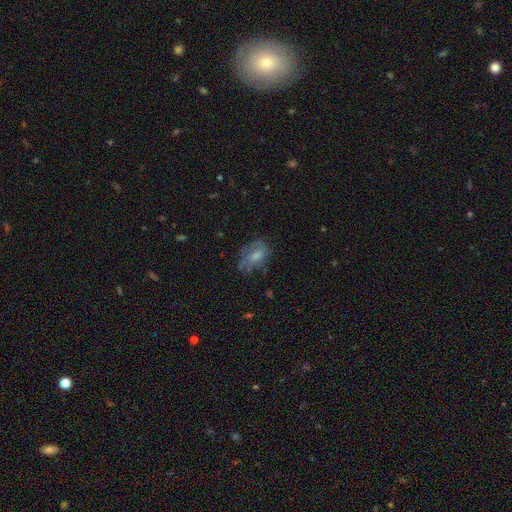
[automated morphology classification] smooth-or-featured: smooth: 57% | featured or disk: 34% | star or artifact: 10%
  how-rounded: in between: 83% | round: 13% | cigar-shaped: 4%
  merging: none: 52% | minor disturbance: 28% | major disturbance: 18% | merger: 2%